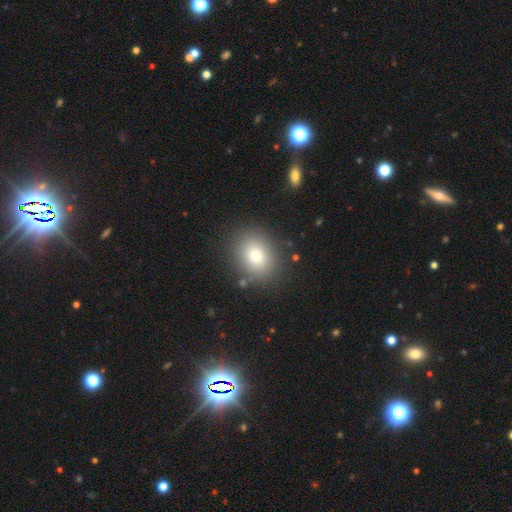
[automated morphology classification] A smooth galaxy with no disk features (79%) that is in between round and cigar-shaped (52%).

Vote fractions:
- Smooth or featured? smooth: 79% / star or artifact: 11% / featured or disk: 10%
- How rounded? in between: 52% / round: 47% / cigar-shaped: 1%
- Merging? none: 85% / minor disturbance: 9% / major disturbance: 3% / merger: 2%